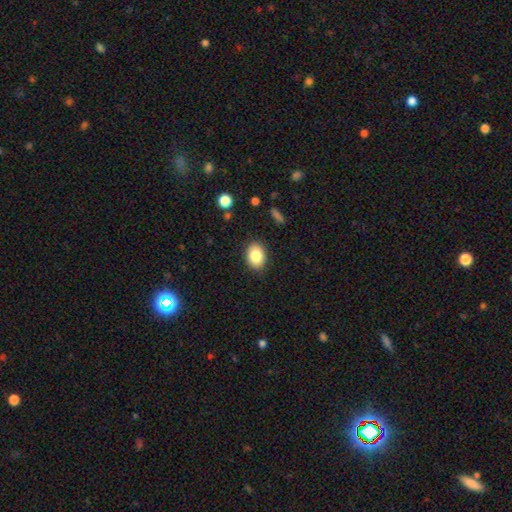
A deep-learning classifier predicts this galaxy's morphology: This appears to be a smooth galaxy with no disk features (83%) that is in between round and cigar-shaped (68%). Merging: none (87%).